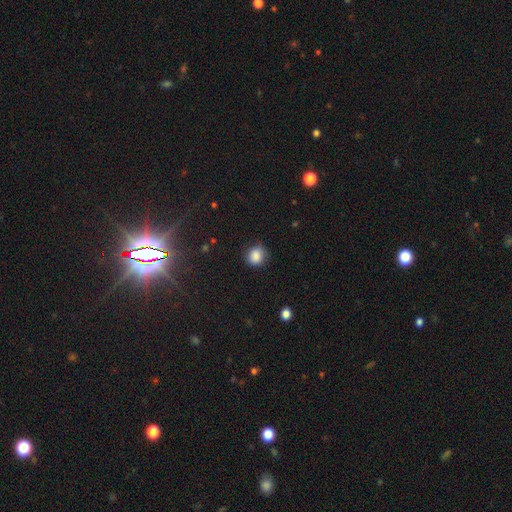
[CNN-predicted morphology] smooth_or_featured: smooth (p=0.86) [alt: star or artifact p=0.09]
how_rounded: round (p=0.76) [alt: in between p=0.23]
merging: none (p=0.81) [alt: minor disturbance p=0.14]